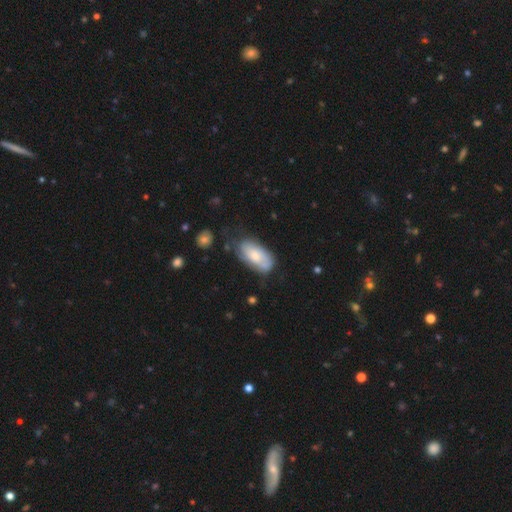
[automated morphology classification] Smooth or featured?
  - smooth: 63% *
  - featured or disk: 31%
  - star or artifact: 6%
How rounded?
  - in between: 92% *
  - cigar-shaped: 5%
  - round: 3%
Merging?
  - none: 53% *
  - minor disturbance: 30%
  - major disturbance: 11%
  - merger: 7%